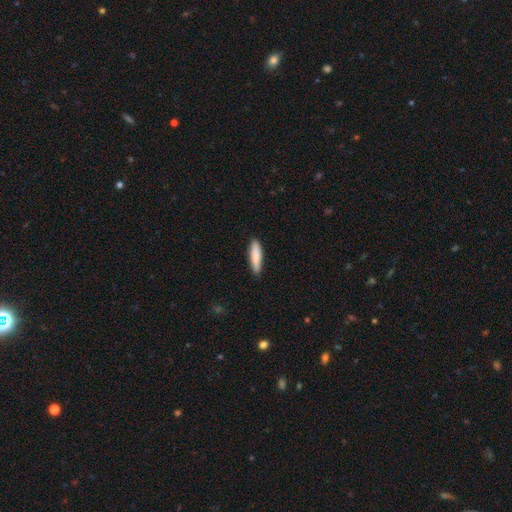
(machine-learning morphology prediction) Smooth or featured: smooth — 84% (featured or disk — 11%)
How rounded: cigar-shaped — 76% (in between — 22%)
Merging: none — 88% (minor disturbance — 10%)